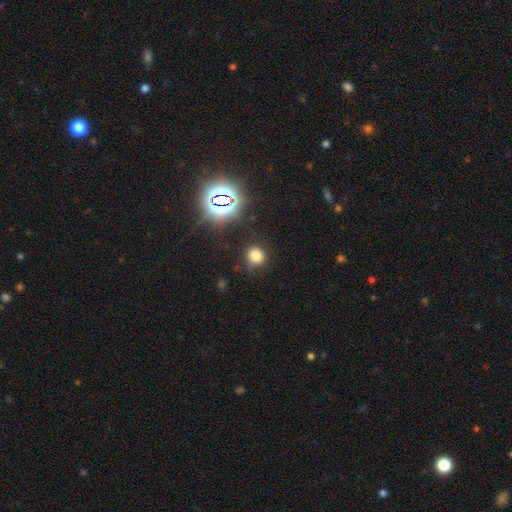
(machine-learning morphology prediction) Smooth or featured? smooth (71%)
How rounded? round (89%)
Merging? none (80%)